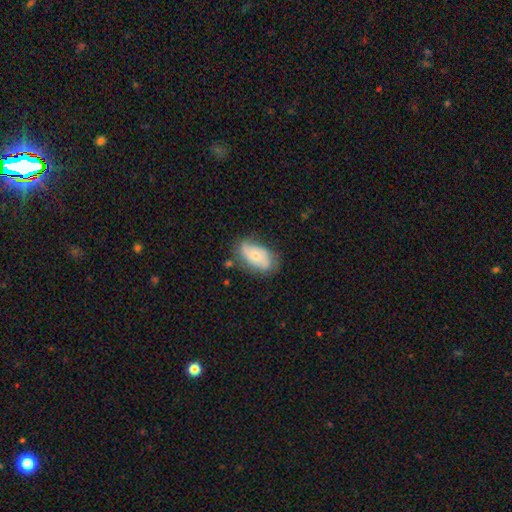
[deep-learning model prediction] Morphology: type=smooth (59%); roundness=in between (92%); merging=none (63%).